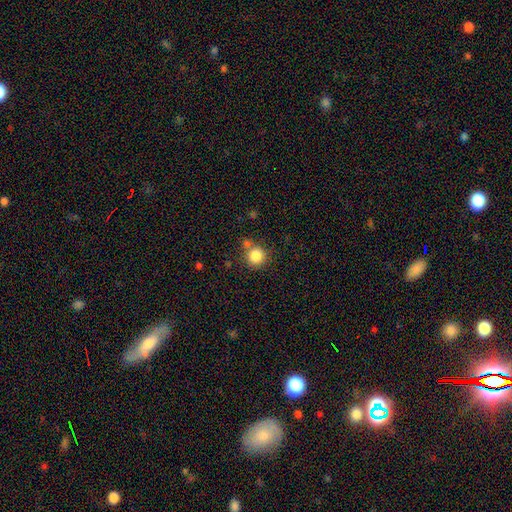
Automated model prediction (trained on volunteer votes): This is clearly a smooth galaxy (84%). How rounded: clearly round (92%). Merging: likely none (70%).